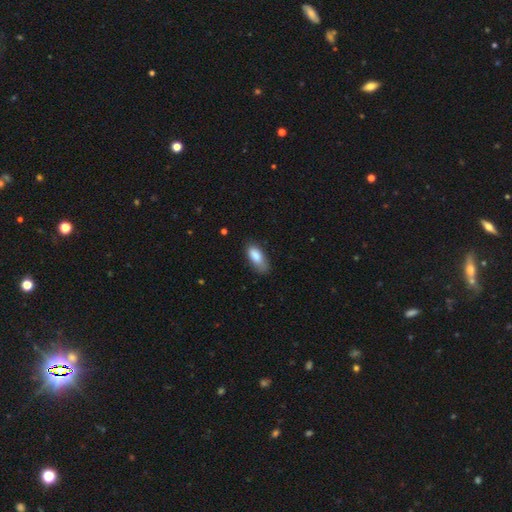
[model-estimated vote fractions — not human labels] A smooth galaxy with no disk features (85%) that is in between round and cigar-shaped (84%).

Vote fractions:
- Smooth or featured? smooth: 85% / featured or disk: 9% / star or artifact: 7%
- How rounded? in between: 84% / cigar-shaped: 14% / round: 2%
- Merging? none: 62% / minor disturbance: 29% / major disturbance: 7% / merger: 2%